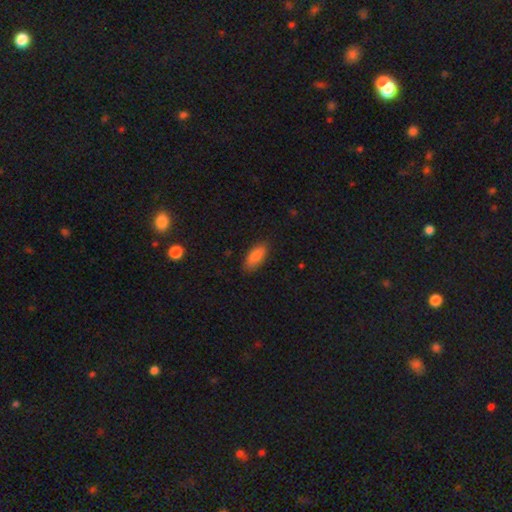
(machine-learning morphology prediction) The model was most divided on "smooth or featured": smooth: 83%, featured or disk: 10%, star or artifact: 7%. More confident: how rounded — in between (87%); merging — none (85%).